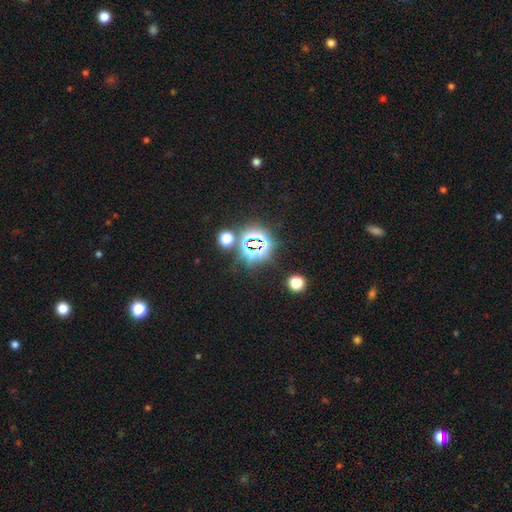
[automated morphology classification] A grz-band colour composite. It shows a star or artifact, not a galaxy (80%).